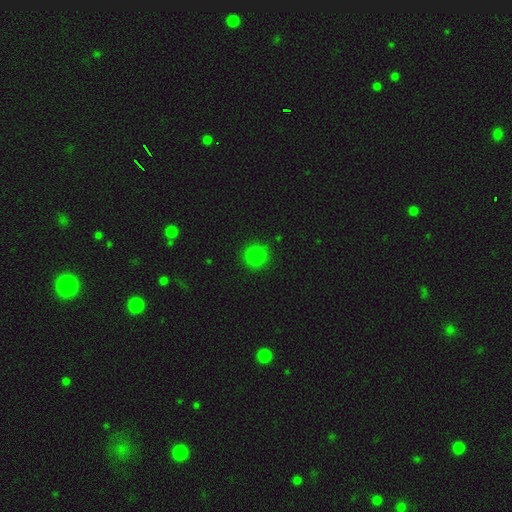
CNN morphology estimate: Smooth or featured? smooth (83%)
How rounded? round (92%)
Merging? none (89%)